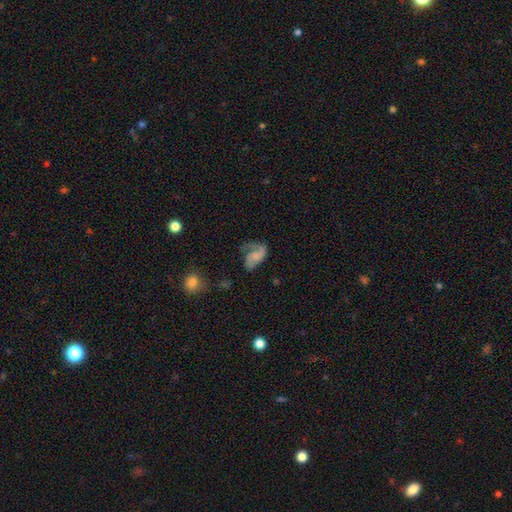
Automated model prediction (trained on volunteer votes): Morphology: type=featured or disk (64%); edge-on=no (97%); bar=no (64%); spiral arms=yes (89%); winding=loose (44%); arm count=2 (55%); bulge=none (49%); merging=none (39%).